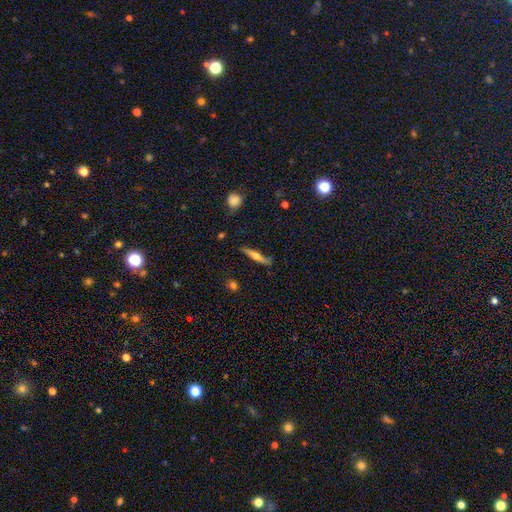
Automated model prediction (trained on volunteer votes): Smooth or featured: featured or disk — 48% (smooth — 45%)
Merging: none — 81% (minor disturbance — 14%)